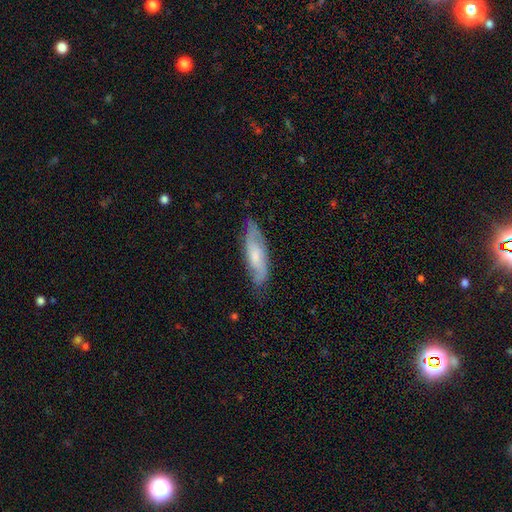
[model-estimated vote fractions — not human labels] smooth-or-featured: featured or disk: 56% | smooth: 37% | star or artifact: 6%
  disk-edge-on: no: 75% | yes: 25%
  merging: none: 70% | minor disturbance: 23% | major disturbance: 5% | merger: 1%